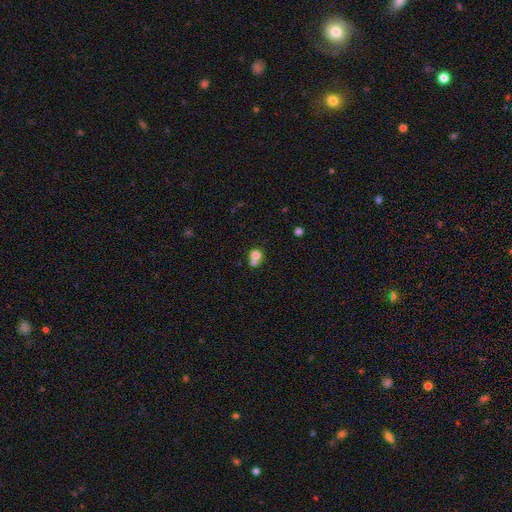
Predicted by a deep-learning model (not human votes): Smooth or featured: smooth — 76% (featured or disk — 13%)
How rounded: round — 80% (in between — 19%)
Merging: merger — 52% (none — 38%)